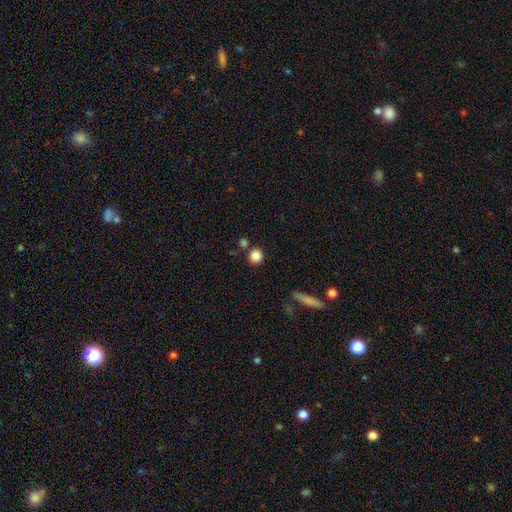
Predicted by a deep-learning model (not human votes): This is clearly a smooth galaxy (85%). How rounded: clearly round (90%). Merging: likely none (79%).